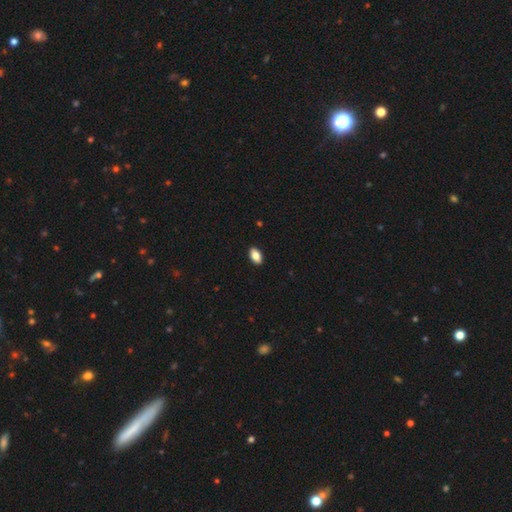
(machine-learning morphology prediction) The model was most divided on "smooth or featured": smooth: 83%, featured or disk: 10%, star or artifact: 8%. More confident: how rounded — in between (91%); merging — none (90%).